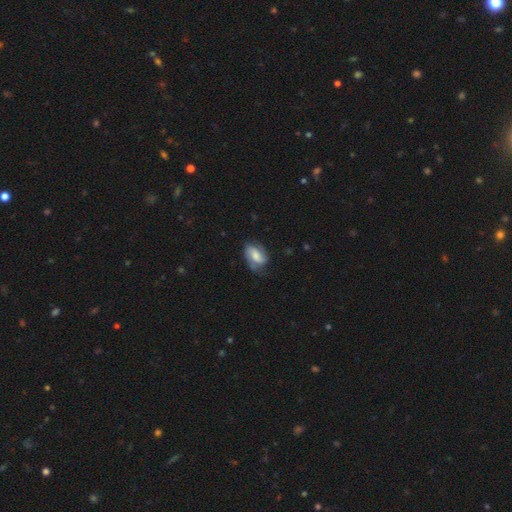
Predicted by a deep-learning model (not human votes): A featured or disk galaxy (54%) with a weak bar (42%), spiral arms (87%) and a moderate central bulge (41%). Merging: none (61%).